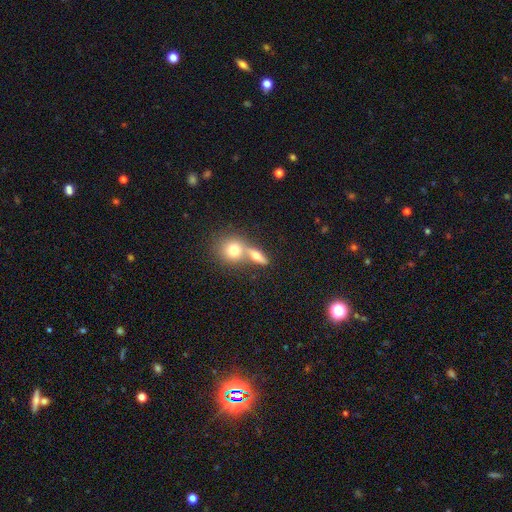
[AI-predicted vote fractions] Smooth or featured: smooth — 68% (featured or disk — 20%)
How rounded: round — 56% (in between — 36%)
Merging: merger — 55% (none — 34%)